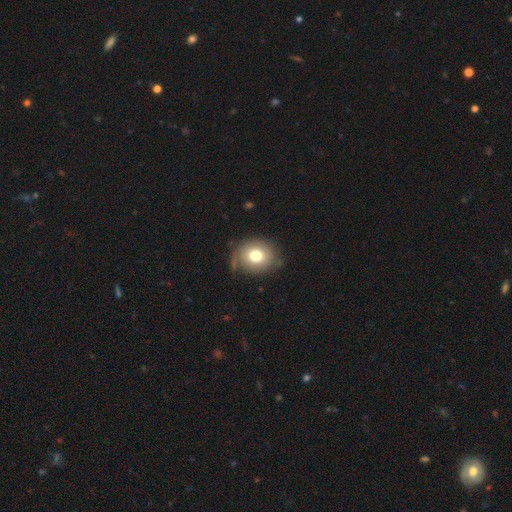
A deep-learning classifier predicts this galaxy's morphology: This appears to be a smooth galaxy with no disk features (75%) that is round (72%). Merging: none (74%).